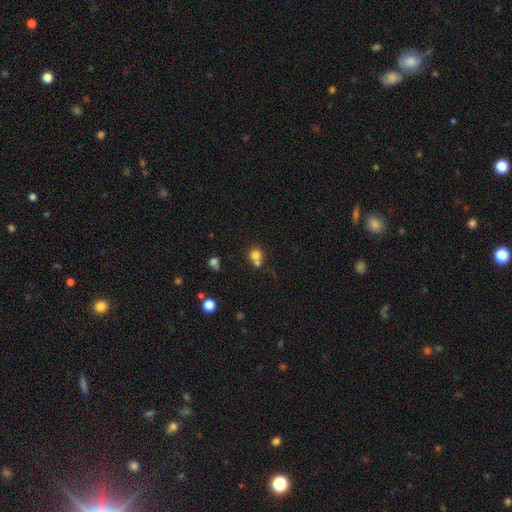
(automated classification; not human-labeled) Overall: smooth (77%). How rounded: round (87%). Merging: none (48%; merger 41%).